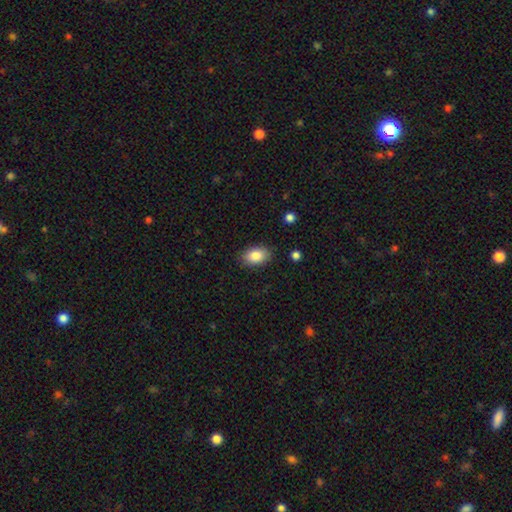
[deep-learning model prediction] A smooth galaxy with no disk features (85%) that is in between round and cigar-shaped (89%). Merging: none (86%).